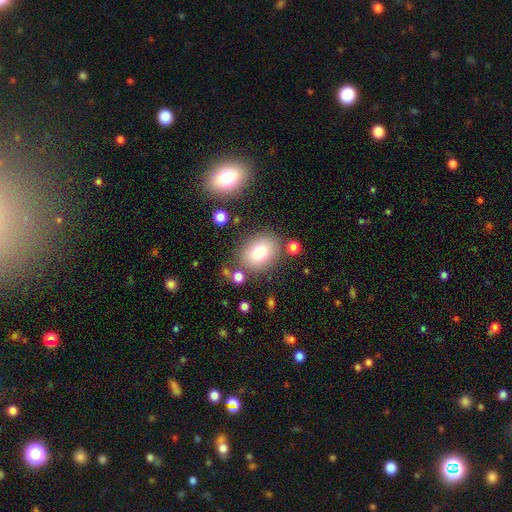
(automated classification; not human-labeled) A smooth galaxy with no disk features (78%) that is in between round and cigar-shaped (62%). Merging: none (78%).